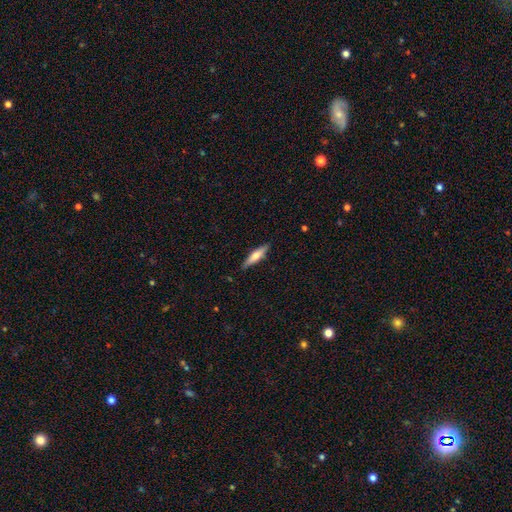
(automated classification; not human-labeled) Smooth or featured: smooth — 56% (featured or disk — 39%)
How rounded: cigar-shaped — 77% (in between — 22%)
Merging: none — 86% (minor disturbance — 11%)